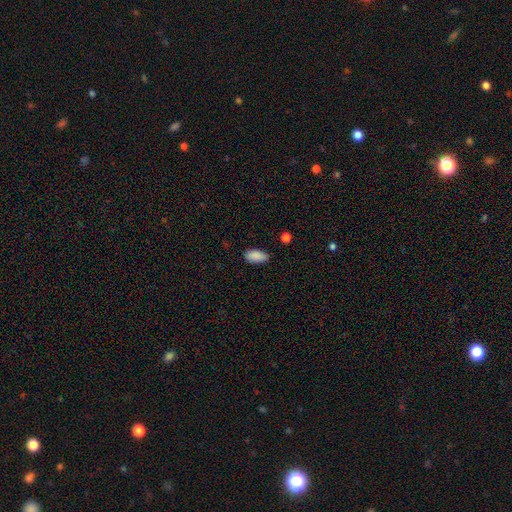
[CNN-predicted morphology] This is clearly a smooth galaxy (89%). How rounded: clearly in between (92%). Merging: clearly none (80%).